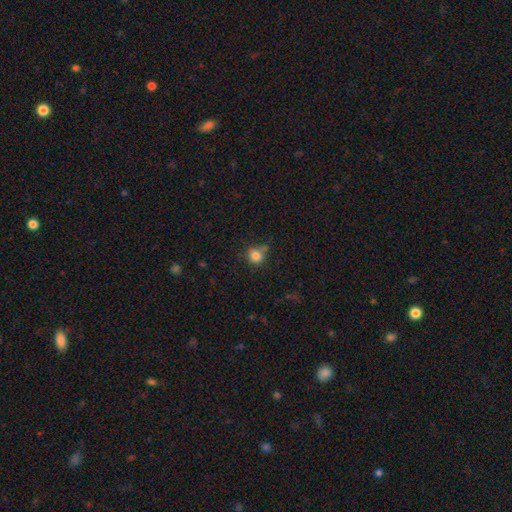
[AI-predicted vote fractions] Smooth or featured: smooth — 82% (star or artifact — 12%)
How rounded: round — 85% (in between — 14%)
Merging: none — 63% (minor disturbance — 23%)